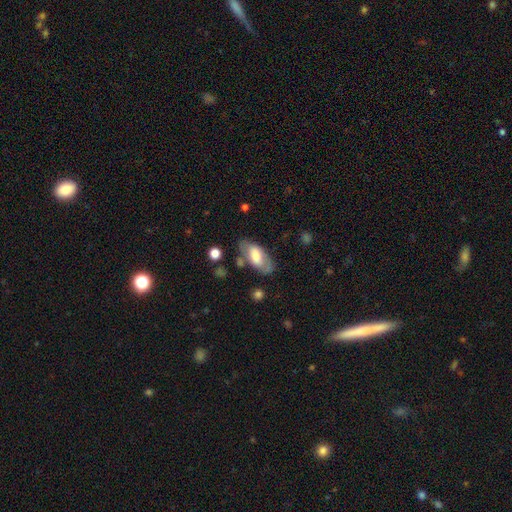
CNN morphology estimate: The model was most divided on "smooth or featured": smooth: 56%, featured or disk: 38%, star or artifact: 6%. More confident: how rounded — in between (90%); merging — none (68%).